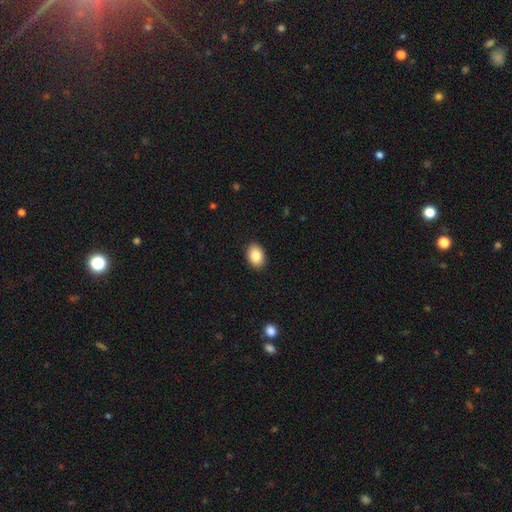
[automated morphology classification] Smooth or featured?
  - smooth: 86% *
  - star or artifact: 8%
  - featured or disk: 7%
How rounded?
  - in between: 77% *
  - round: 22%
  - cigar-shaped: 1%
Merging?
  - none: 90% *
  - minor disturbance: 7%
  - major disturbance: 2%
  - merger: 1%